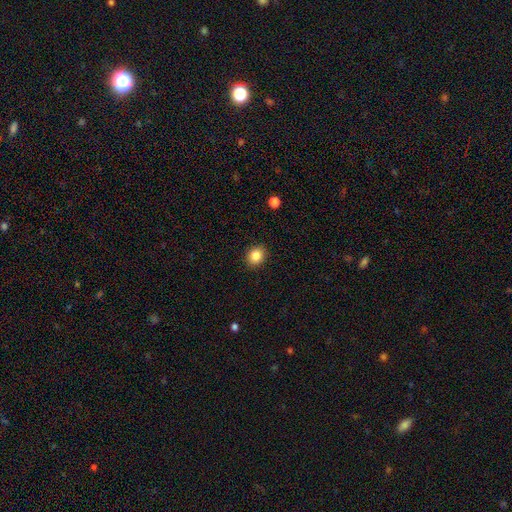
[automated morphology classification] Overall: smooth (85%). How rounded: round (66%; in between 33%). Merging: none (90%).